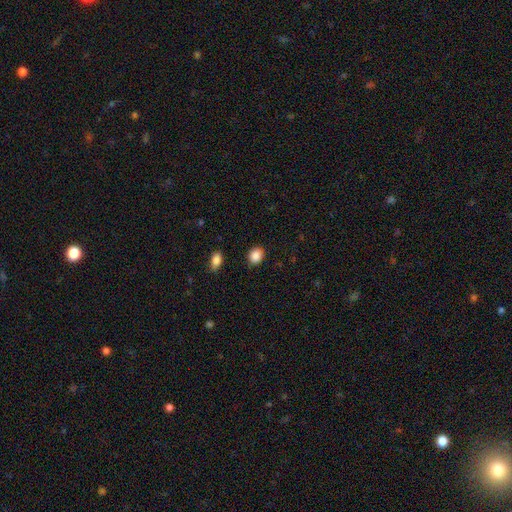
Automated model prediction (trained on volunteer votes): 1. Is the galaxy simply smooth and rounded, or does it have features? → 88% smooth, 9% star or artifact, 3% featured or disk.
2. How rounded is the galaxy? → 50% round, 49% in between, 1% cigar-shaped.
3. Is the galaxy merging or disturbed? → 86% none, 10% minor disturbance, 3% major disturbance, 2% merger.